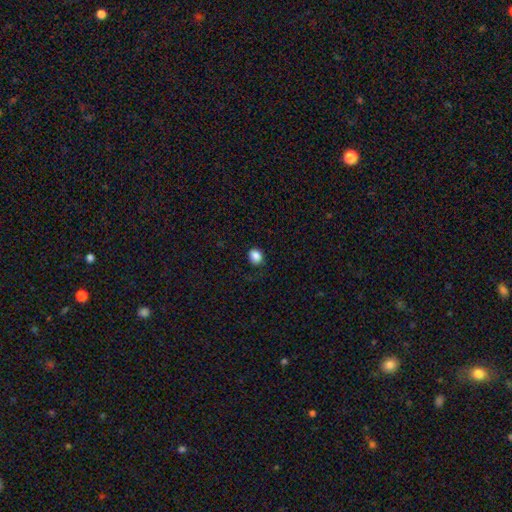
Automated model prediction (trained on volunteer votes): Smooth or featured: smooth — 87% (star or artifact — 9%)
How rounded: round — 57% (in between — 42%)
Merging: none — 82% (minor disturbance — 13%)